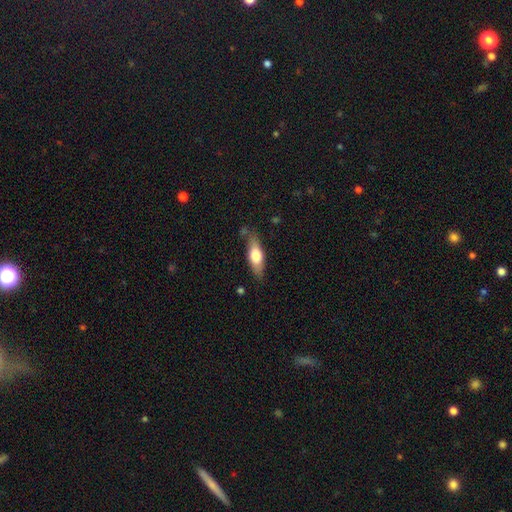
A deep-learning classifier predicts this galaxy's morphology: The model was most divided on "how rounded": in between: 60%, cigar-shaped: 37%, round: 3%. More confident: merging — none (72%); smooth or featured — smooth (63%).